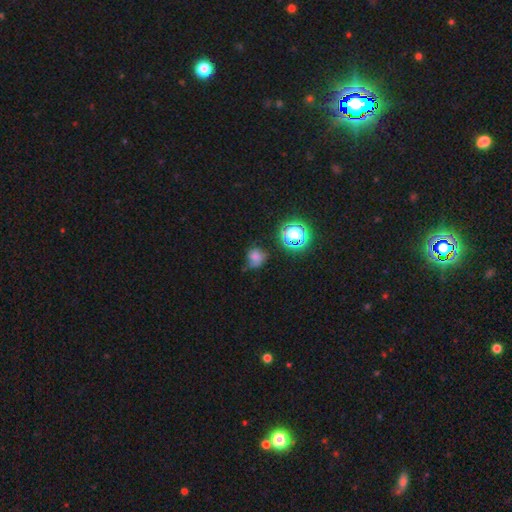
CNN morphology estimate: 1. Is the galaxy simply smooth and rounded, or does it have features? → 64% smooth, 21% star or artifact, 15% featured or disk.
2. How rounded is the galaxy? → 76% round, 23% in between, 1% cigar-shaped.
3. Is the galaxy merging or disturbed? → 47% none, 31% minor disturbance, 16% major disturbance, 5% merger.